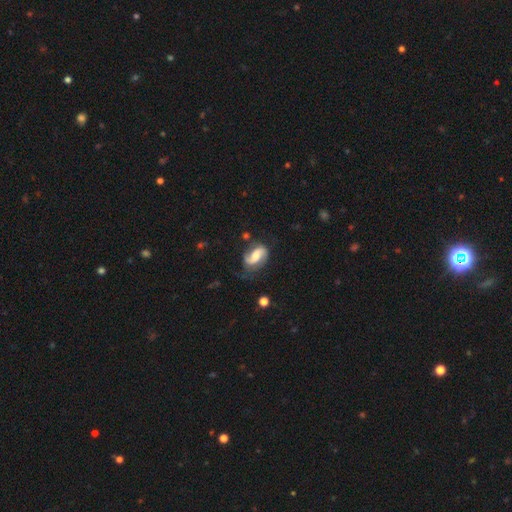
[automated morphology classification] type=featured or disk (74%); edge-on=no (97%); bar=weak (41%); spiral arms=yes (94%); winding=medium (43%); arm count=2 (83%); bulge=moderate (48%); merging=none (61%).